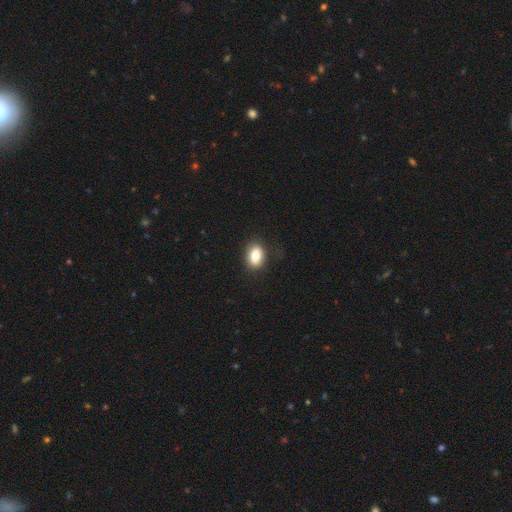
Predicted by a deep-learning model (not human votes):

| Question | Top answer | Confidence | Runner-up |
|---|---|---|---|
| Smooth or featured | smooth | 79% | featured or disk (12%) |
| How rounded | in between | 78% | round (20%) |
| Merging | none | 83% | minor disturbance (12%) |